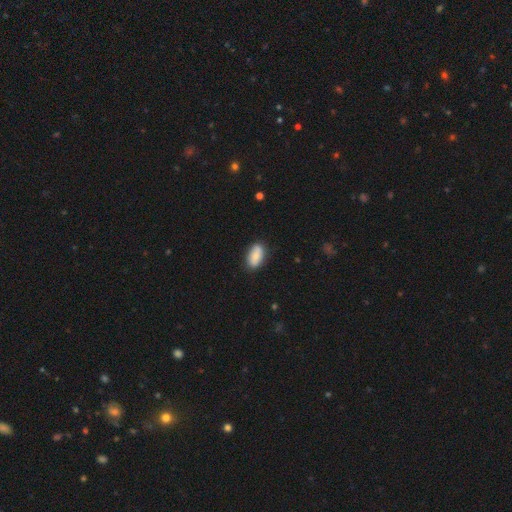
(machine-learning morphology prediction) Q: Smooth or featured?
A: smooth (78%); runner-up: featured or disk (15%)
Q: How rounded?
A: in between (92%); runner-up: round (4%)
Q: Merging?
A: none (83%); runner-up: minor disturbance (14%)